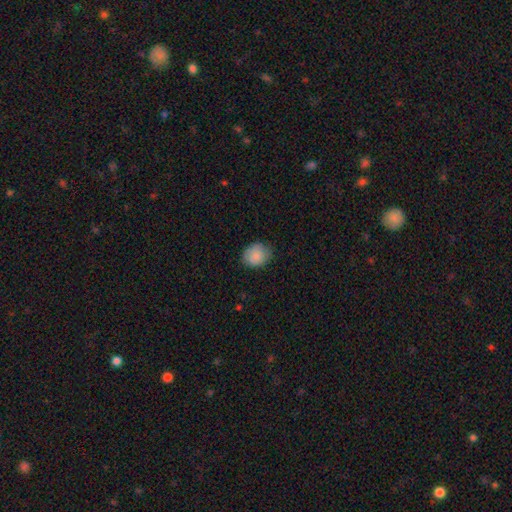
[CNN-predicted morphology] This is clearly a smooth galaxy (87%). How rounded: possibly round (55%). Merging: likely none (79%).